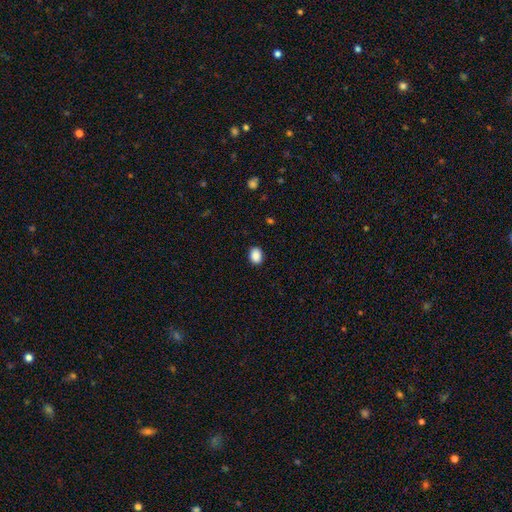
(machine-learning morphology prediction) smooth-or-featured: smooth: 89% | star or artifact: 8% | featured or disk: 3%
  how-rounded: in between: 65% | round: 34% | cigar-shaped: 1%
  merging: none: 89% | minor disturbance: 8% | major disturbance: 2% | merger: 1%